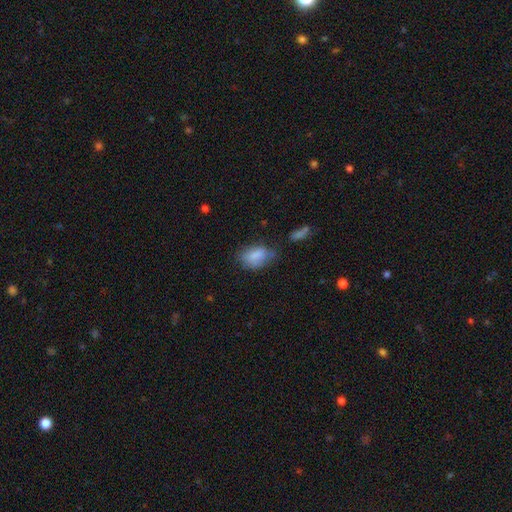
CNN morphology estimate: Overall: smooth (78%). How rounded: in between (86%). Merging: none (46%; minor disturbance 34%).